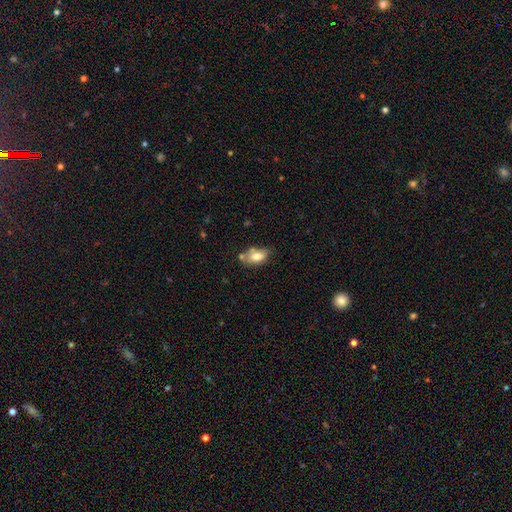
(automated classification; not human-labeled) Smooth or featured: smooth — 72% (featured or disk — 20%)
How rounded: in between — 89% (round — 8%)
Merging: none — 51% (minor disturbance — 25%)